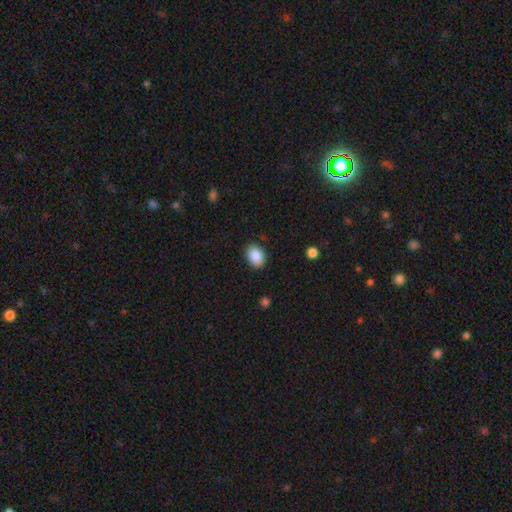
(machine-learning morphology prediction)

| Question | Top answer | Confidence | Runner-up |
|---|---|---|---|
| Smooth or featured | smooth | 87% | star or artifact (7%) |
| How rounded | in between | 72% | round (27%) |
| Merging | none | 88% | minor disturbance (9%) |